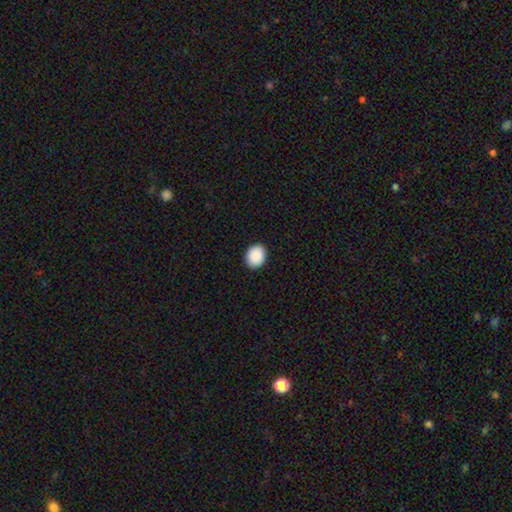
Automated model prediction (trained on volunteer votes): Q: Smooth or featured?
A: smooth (90%); runner-up: star or artifact (7%)
Q: How rounded?
A: round (51%); runner-up: in between (48%)
Q: Merging?
A: none (90%); runner-up: minor disturbance (8%)